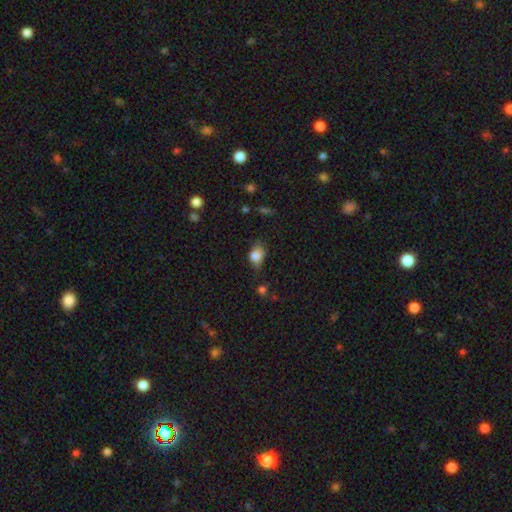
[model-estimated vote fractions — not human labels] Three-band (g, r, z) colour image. It shows a smooth galaxy with no disk features (82%) that is in between round and cigar-shaped (66%). Merging: none (48%).